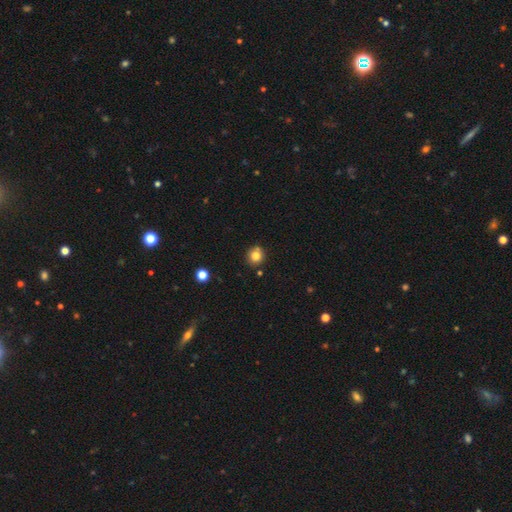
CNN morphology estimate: type=smooth (81%); roundness=round (88%); merging=none (80%).